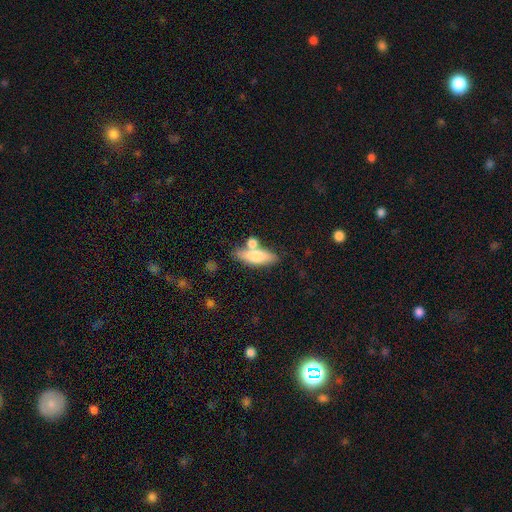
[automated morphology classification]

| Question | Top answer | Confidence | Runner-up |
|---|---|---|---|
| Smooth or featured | smooth | 70% | featured or disk (23%) |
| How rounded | in between | 55% | cigar-shaped (42%) |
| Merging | none | 56% | merger (25%) |